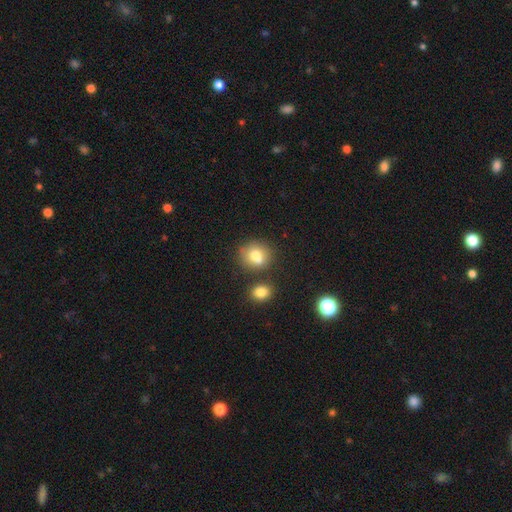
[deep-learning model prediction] The model was most divided on "merging": none: 59%, merger: 23%, minor disturbance: 14%, major disturbance: 4%. More confident: smooth or featured — smooth (77%); how rounded — round (72%).